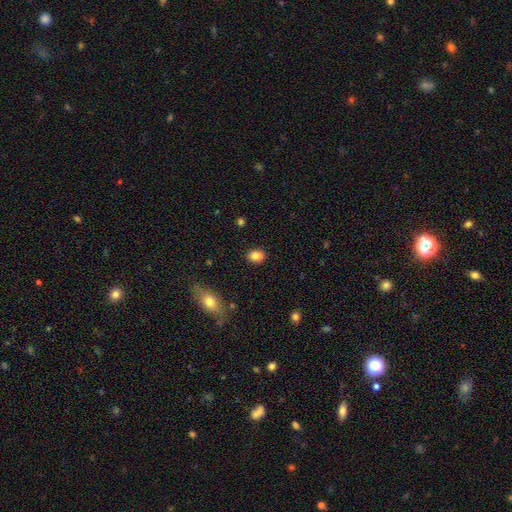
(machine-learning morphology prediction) type=smooth (84%); roundness=in between (65%); merging=none (87%).